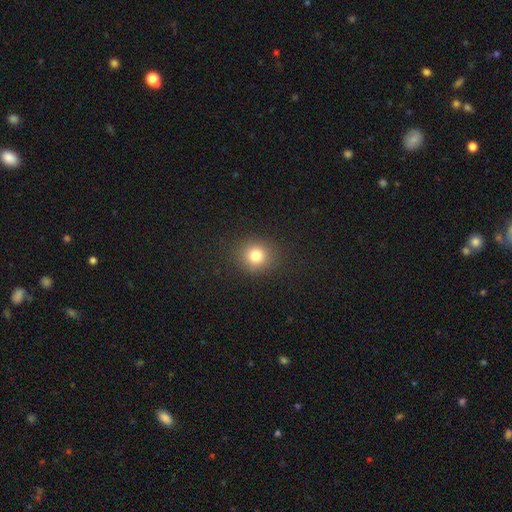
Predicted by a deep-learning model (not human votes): Smooth or featured: smooth — 80% (star or artifact — 13%)
How rounded: round — 85% (in between — 14%)
Merging: none — 89% (minor disturbance — 7%)